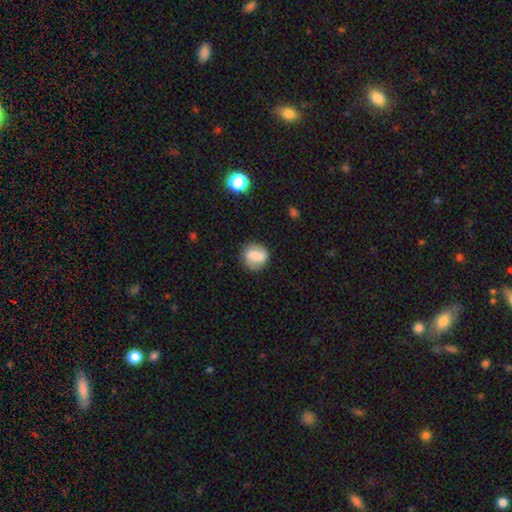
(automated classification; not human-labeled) The model was most divided on "smooth or featured": smooth: 55%, featured or disk: 37%, star or artifact: 9%. More confident: how rounded — round (79%); merging — none (79%).